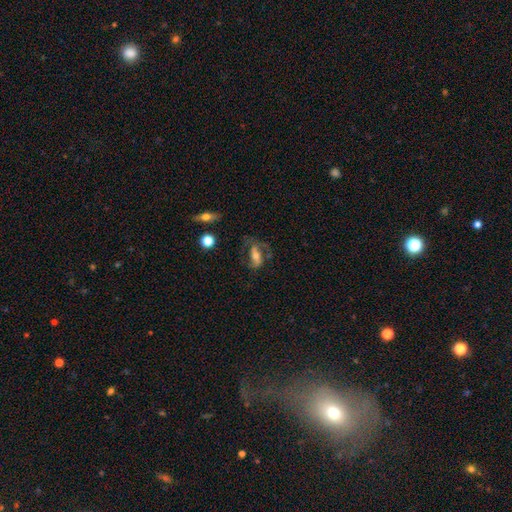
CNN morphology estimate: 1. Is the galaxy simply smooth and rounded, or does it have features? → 62% featured or disk, 29% smooth, 8% star or artifact.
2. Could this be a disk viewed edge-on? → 89% no, 11% yes.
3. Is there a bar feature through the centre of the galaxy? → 41% strong, 31% no, 28% weak.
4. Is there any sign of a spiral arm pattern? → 73% yes, 27% no.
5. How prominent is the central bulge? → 54% moderate, 31% small, 10% large, 3% none, 2% dominant.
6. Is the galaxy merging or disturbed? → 53% none, 24% major disturbance, 20% minor disturbance, 3% merger.